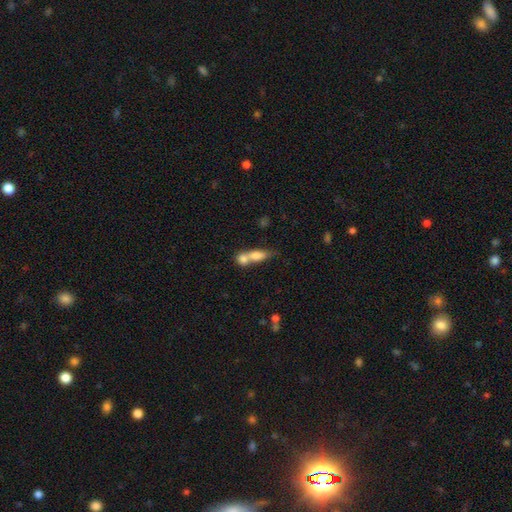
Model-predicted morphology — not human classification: type=smooth (72%); roundness=in between (59%); merging=merger (69%).